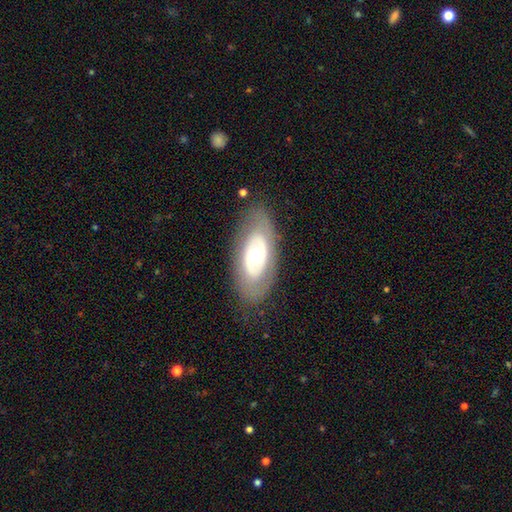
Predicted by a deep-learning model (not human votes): Morphology: type=featured or disk (61%); edge-on=no (88%); bar=no (83%); spiral arms=no (78%); bulge=moderate (66%); merging=none (79%).